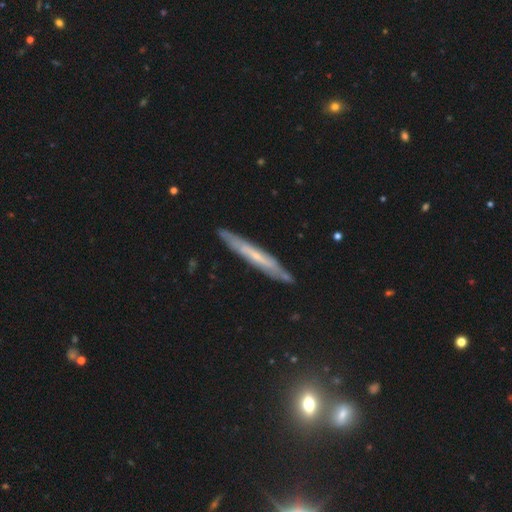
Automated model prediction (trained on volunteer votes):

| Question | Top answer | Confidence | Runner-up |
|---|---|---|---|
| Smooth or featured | featured or disk | 63% | smooth (31%) |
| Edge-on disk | yes | 79% | no (21%) |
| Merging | none | 84% | minor disturbance (12%) |